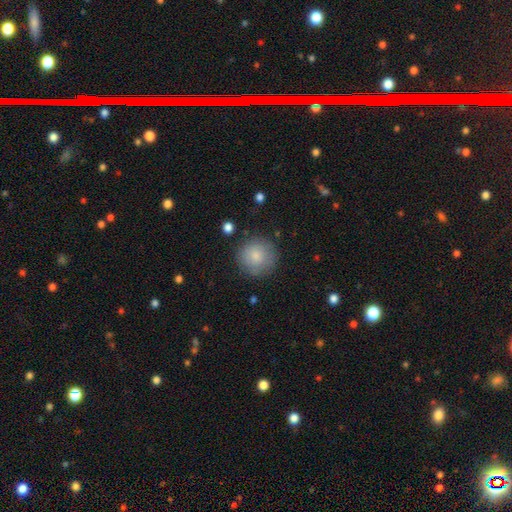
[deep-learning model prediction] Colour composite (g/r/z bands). It shows a smooth galaxy with no disk features (83%) that is round (95%). Merging: none (83%).